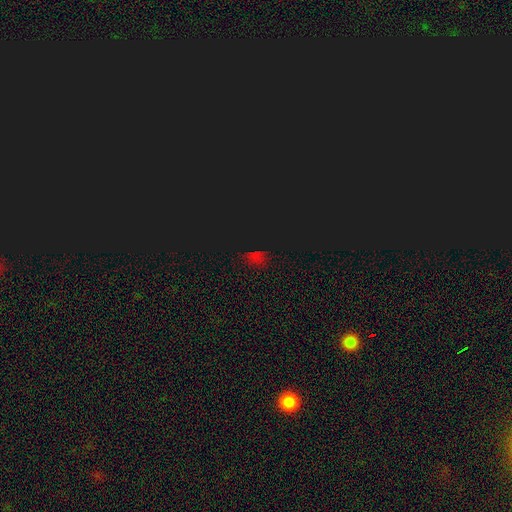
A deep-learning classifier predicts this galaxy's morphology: Overall: star or artifact (65%; smooth 29%).